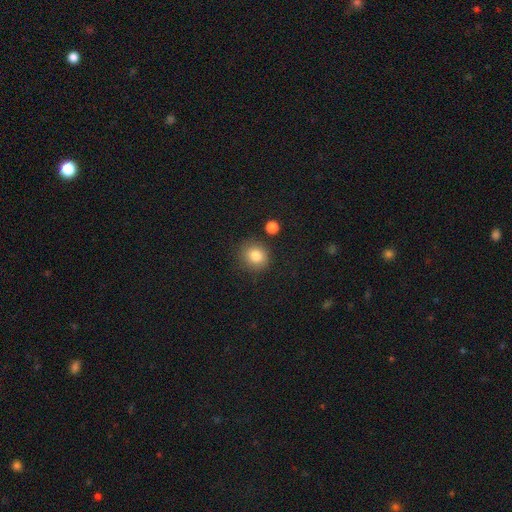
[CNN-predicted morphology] smooth 83%, star or artifact 10%, featured or disk 7%. Down the decision tree: how rounded — round (82%); merging — none (82%).